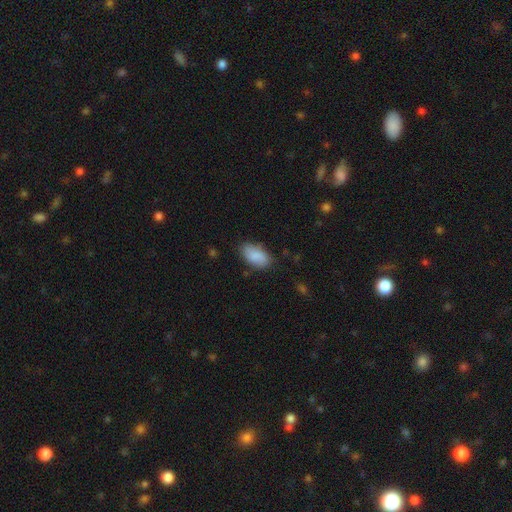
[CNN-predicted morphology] Q: Smooth or featured?
A: smooth (87%); runner-up: star or artifact (6%)
Q: How rounded?
A: in between (94%); runner-up: round (3%)
Q: Merging?
A: none (78%); runner-up: minor disturbance (17%)